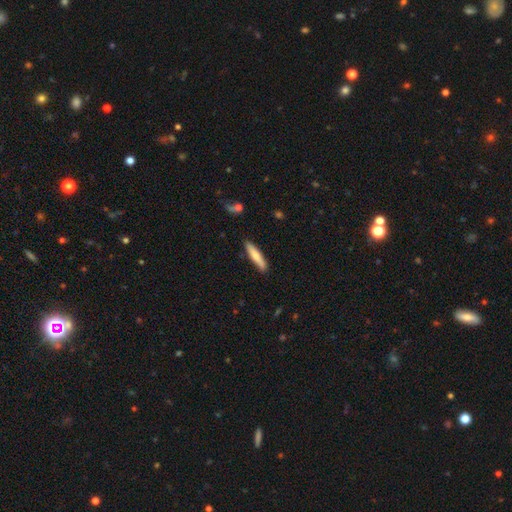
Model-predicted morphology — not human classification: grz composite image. It shows a smooth galaxy with no disk features (73%) that is cigar-shaped (84%). Merging: none (87%).